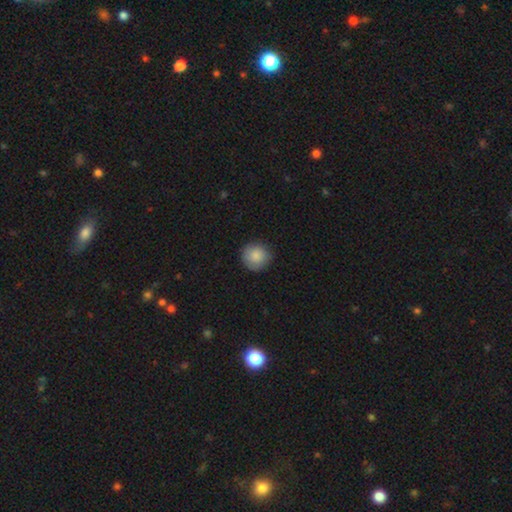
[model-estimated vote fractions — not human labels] A smooth galaxy with no disk features (86%) that is round (94%). Merging: none (86%).